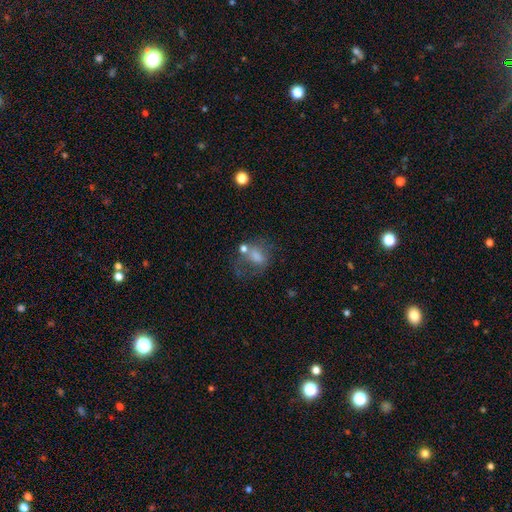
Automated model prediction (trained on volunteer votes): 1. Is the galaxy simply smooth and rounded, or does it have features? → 46% smooth, 36% featured or disk, 18% star or artifact.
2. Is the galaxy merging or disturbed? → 40% none, 27% major disturbance, 19% minor disturbance, 14% merger.